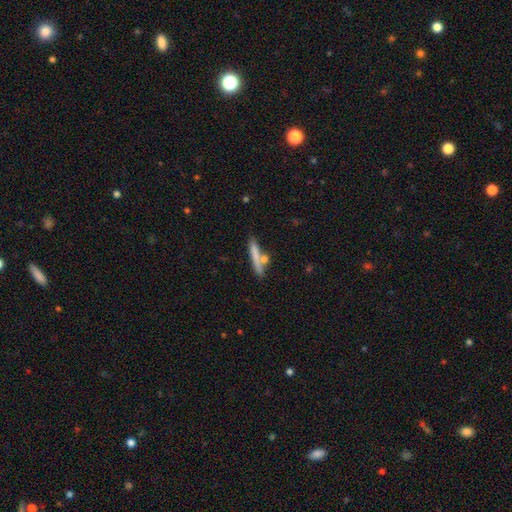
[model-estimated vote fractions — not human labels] This appears to be a smooth galaxy with no disk features (70%) that is cigar-shaped (88%). Merging: none (64%).